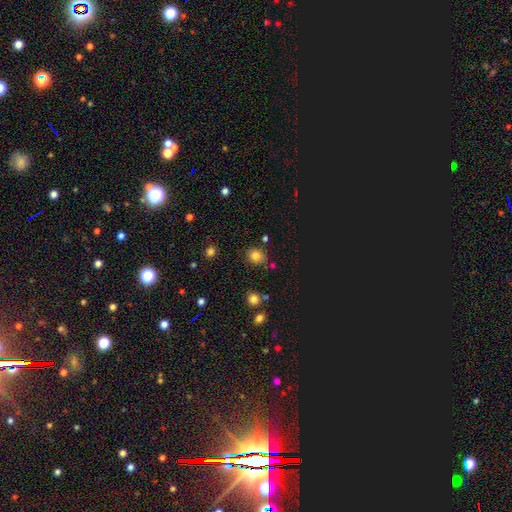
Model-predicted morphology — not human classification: smooth_or_featured: smooth (p=0.79) [alt: star or artifact p=0.15]
how_rounded: round (p=0.76) [alt: in between p=0.23]
merging: none (p=0.80) [alt: minor disturbance p=0.11]